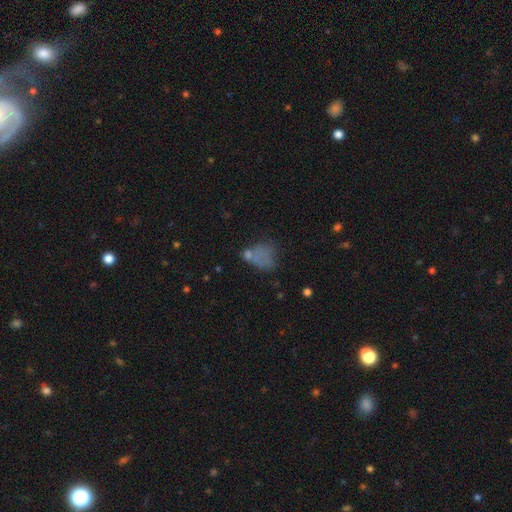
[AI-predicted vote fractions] This is possibly a smooth galaxy (56%). How rounded: likely in between (68%). Merging: marginally none (32%).